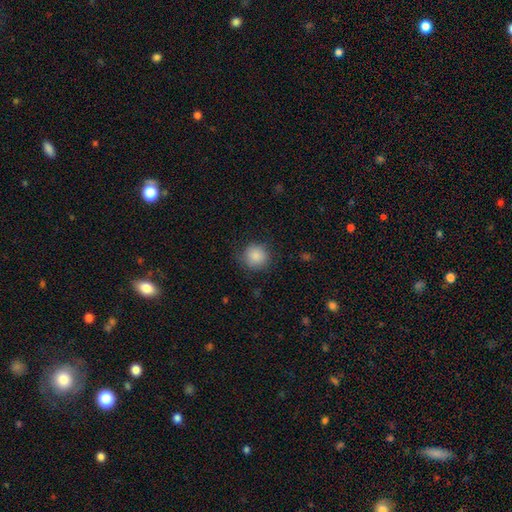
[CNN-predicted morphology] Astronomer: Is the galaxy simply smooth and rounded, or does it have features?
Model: smooth — 87%.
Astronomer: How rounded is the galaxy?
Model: round — 91%.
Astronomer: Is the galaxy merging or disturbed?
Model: none — 81%.